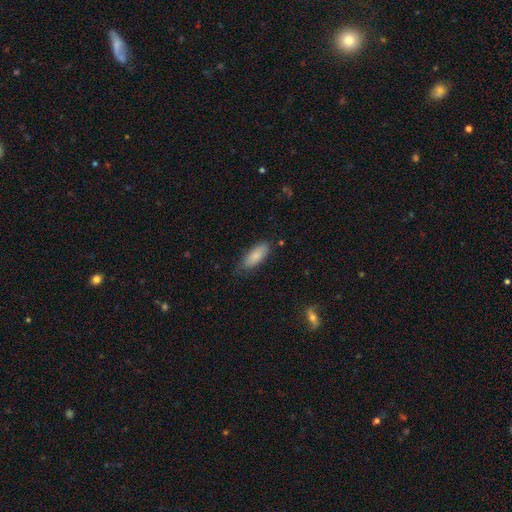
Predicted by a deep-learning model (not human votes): smooth-or-featured: smooth: 82% | featured or disk: 11% | star or artifact: 6%
  how-rounded: in between: 80% | cigar-shaped: 18% | round: 2%
  merging: none: 73% | minor disturbance: 22% | major disturbance: 4% | merger: 2%